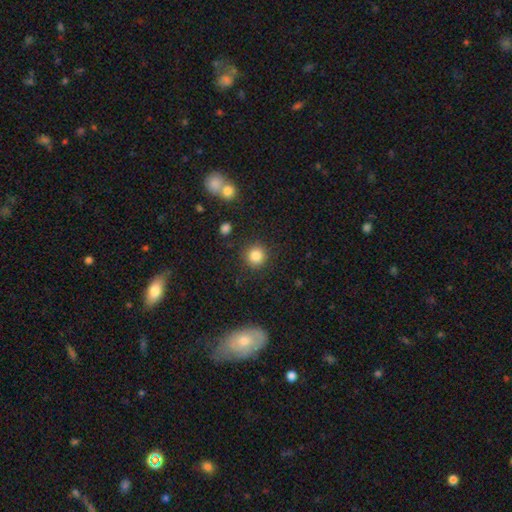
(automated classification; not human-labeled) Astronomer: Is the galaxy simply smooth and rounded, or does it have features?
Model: smooth — 84%.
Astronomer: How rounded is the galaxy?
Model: round — 92%.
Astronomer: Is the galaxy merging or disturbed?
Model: none — 88%.